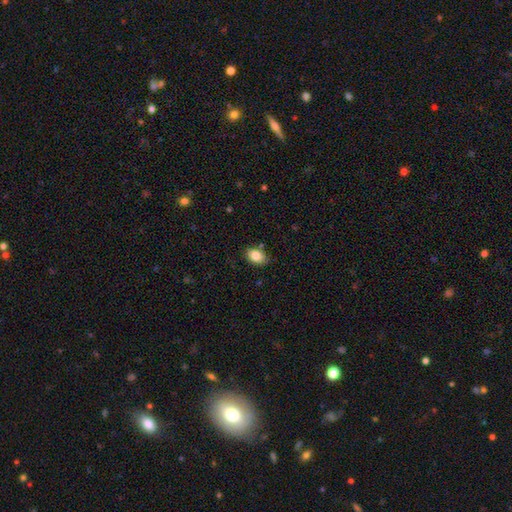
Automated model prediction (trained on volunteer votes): Smooth or featured? Predicted: smooth (p=0.84). How rounded? Predicted: in between (p=0.82). Merging? Predicted: none (p=0.82).